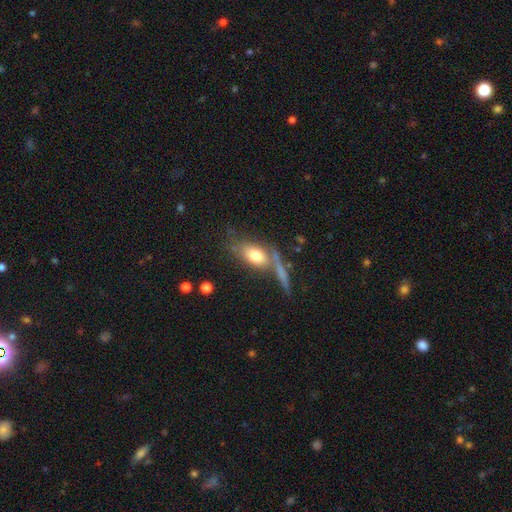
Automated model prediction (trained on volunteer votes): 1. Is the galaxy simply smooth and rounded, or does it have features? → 71% smooth, 21% featured or disk, 8% star or artifact.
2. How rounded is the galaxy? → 80% in between, 11% round, 9% cigar-shaped.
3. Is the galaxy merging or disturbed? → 51% none, 24% merger, 16% minor disturbance, 9% major disturbance.